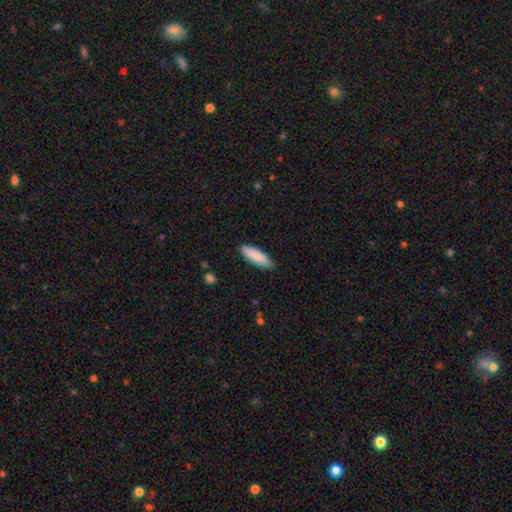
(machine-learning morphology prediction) smooth_or_featured: smooth (p=0.88) [alt: featured or disk p=0.07]
how_rounded: cigar-shaped (p=0.51) [alt: in between p=0.47]
merging: none (p=0.86) [alt: minor disturbance p=0.11]